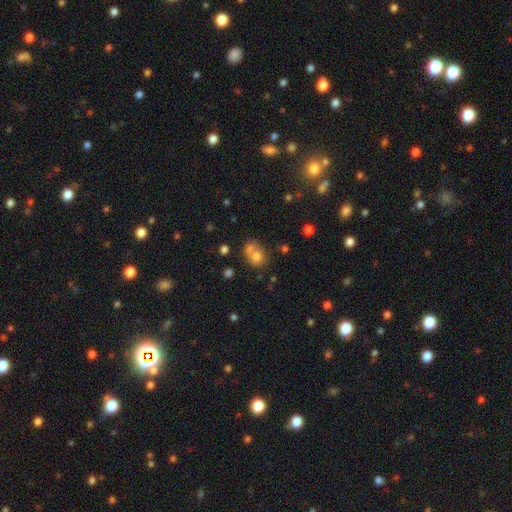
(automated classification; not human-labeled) The model was most divided on "merging": merger: 49%, none: 37%, minor disturbance: 9%, major disturbance: 4%. More confident: smooth or featured — smooth (73%); how rounded — round (69%).